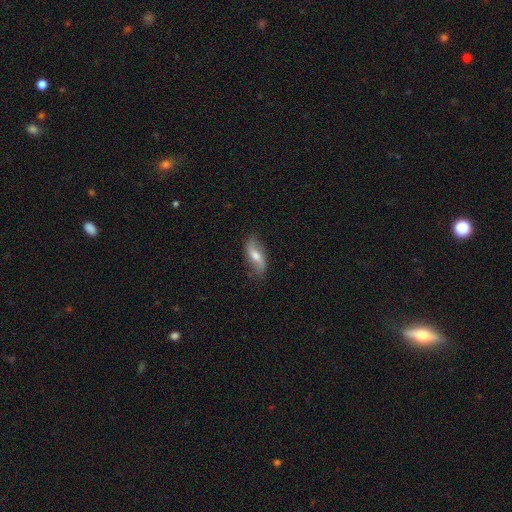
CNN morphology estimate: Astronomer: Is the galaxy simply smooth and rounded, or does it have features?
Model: featured or disk — 48% (runner-up: smooth, 45%).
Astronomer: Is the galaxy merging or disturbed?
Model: none — 77%.